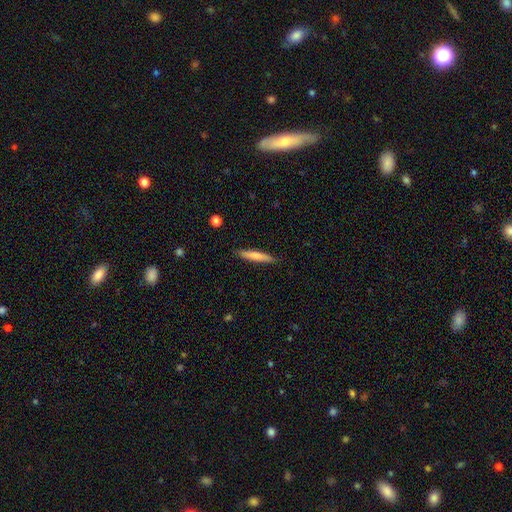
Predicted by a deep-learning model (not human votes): Smooth or featured? Predicted: smooth (p=0.69). How rounded? Predicted: cigar-shaped (p=0.92). Merging? Predicted: none (p=0.89).